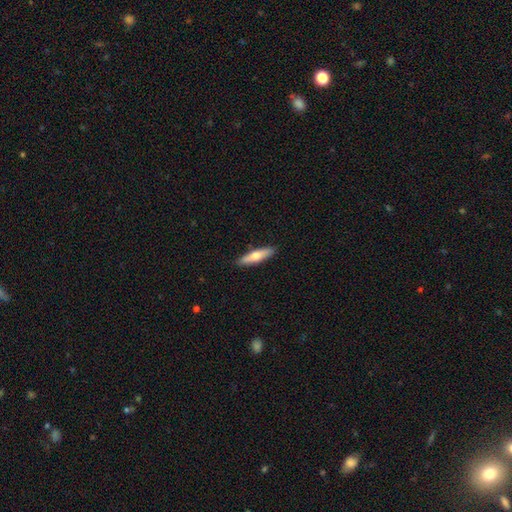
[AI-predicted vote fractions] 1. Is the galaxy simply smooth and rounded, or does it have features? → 63% smooth, 32% featured or disk, 6% star or artifact.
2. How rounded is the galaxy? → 70% cigar-shaped, 28% in between, 2% round.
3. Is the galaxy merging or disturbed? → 89% none, 8% minor disturbance, 2% major disturbance, 1% merger.